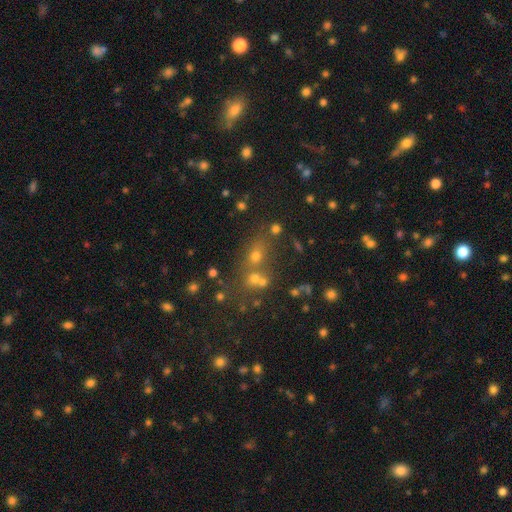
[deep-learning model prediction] smooth-or-featured: smooth: 61% | star or artifact: 25% | featured or disk: 15%
  how-rounded: round: 57% | in between: 39% | cigar-shaped: 4%
  merging: none: 53% | merger: 30% | minor disturbance: 11% | major disturbance: 6%